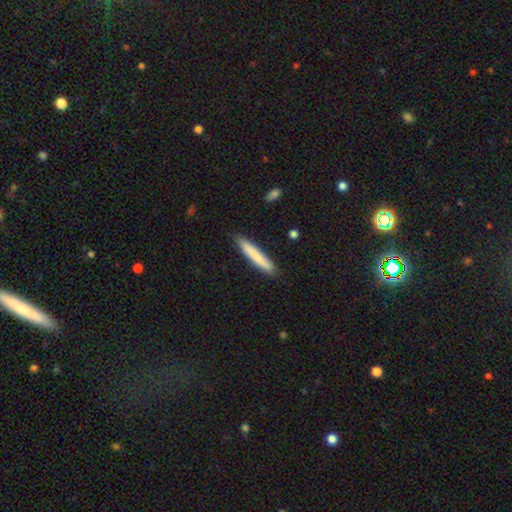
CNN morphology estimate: The model was most divided on "smooth or featured": smooth: 79%, featured or disk: 15%, star or artifact: 6%. More confident: how rounded — cigar-shaped (94%); merging — none (86%).